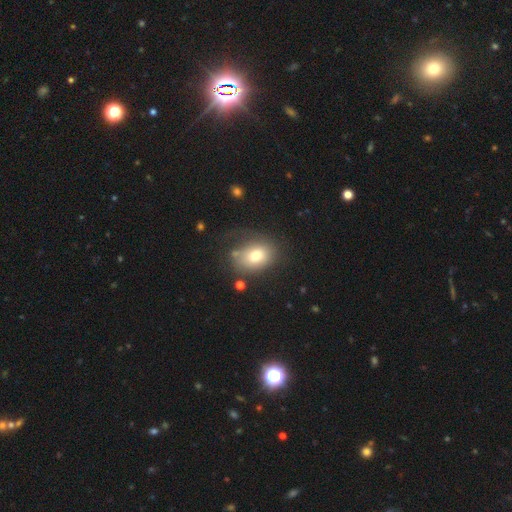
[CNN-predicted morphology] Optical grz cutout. It shows a smooth galaxy with no disk features (73%) that is in between round and cigar-shaped (59%). Merging: none (60%).